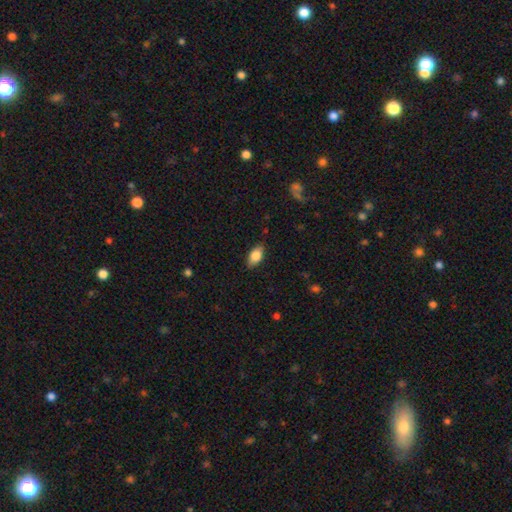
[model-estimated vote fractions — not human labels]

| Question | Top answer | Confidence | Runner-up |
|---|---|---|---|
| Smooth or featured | smooth | 80% | featured or disk (13%) |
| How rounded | in between | 90% | cigar-shaped (6%) |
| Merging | none | 84% | minor disturbance (13%) |